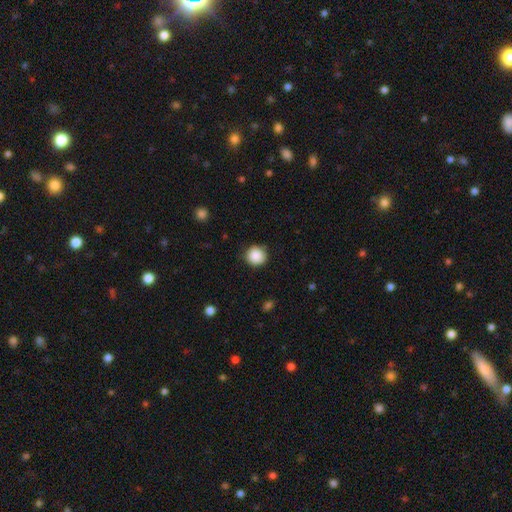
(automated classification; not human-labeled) Smooth or featured? smooth (88%)
How rounded? round (93%)
Merging? none (85%)